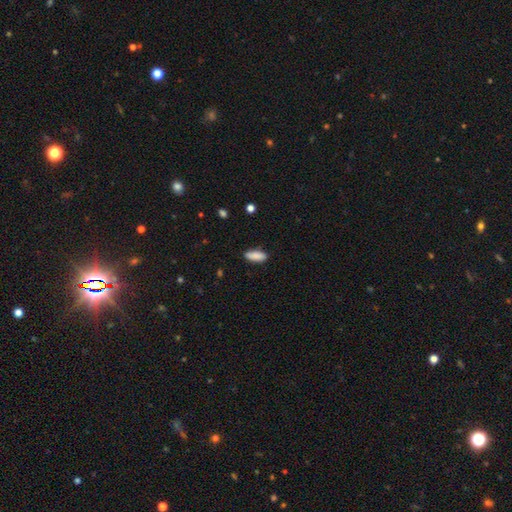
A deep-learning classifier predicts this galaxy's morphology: Smooth or featured: smooth — 89% (star or artifact — 6%)
How rounded: in between — 75% (cigar-shaped — 23%)
Merging: none — 83% (minor disturbance — 13%)